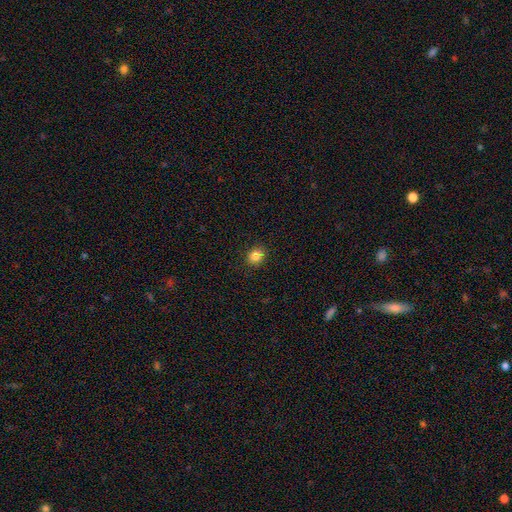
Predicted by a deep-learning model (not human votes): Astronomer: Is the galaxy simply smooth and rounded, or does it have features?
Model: smooth — 84%.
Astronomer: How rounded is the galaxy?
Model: round — 70%.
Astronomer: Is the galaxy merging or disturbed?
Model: none — 85%.